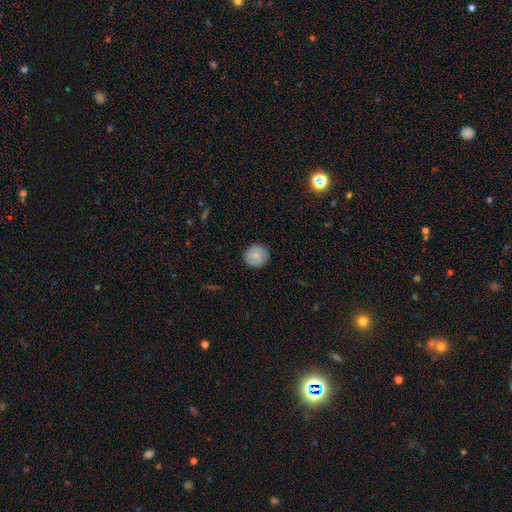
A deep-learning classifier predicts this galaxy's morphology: Smooth or featured?
  - smooth: 71% *
  - featured or disk: 22%
  - star or artifact: 8%
How rounded?
  - round: 92% *
  - in between: 7%
  - cigar-shaped: 1%
Merging?
  - none: 87% *
  - minor disturbance: 10%
  - major disturbance: 2%
  - merger: 1%